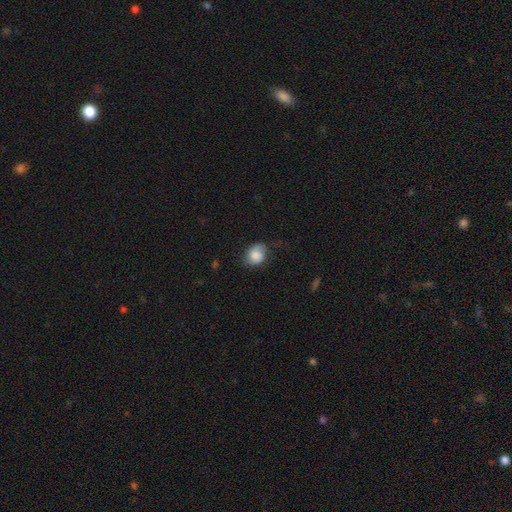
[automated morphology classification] smooth_or_featured: smooth (p=0.72) [alt: featured or disk p=0.20]
how_rounded: in between (p=0.52) [alt: round p=0.47]
merging: none (p=0.51) [alt: minor disturbance p=0.33]